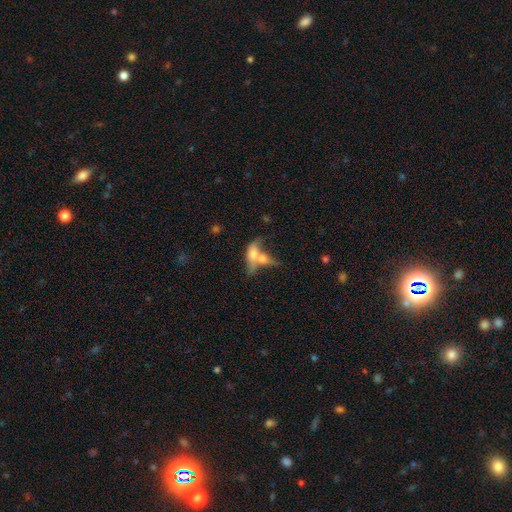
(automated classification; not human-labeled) smooth 57%, featured or disk 34%, star or artifact 9%. Down the decision tree: how rounded — in between (66%); merging — merger (61%).